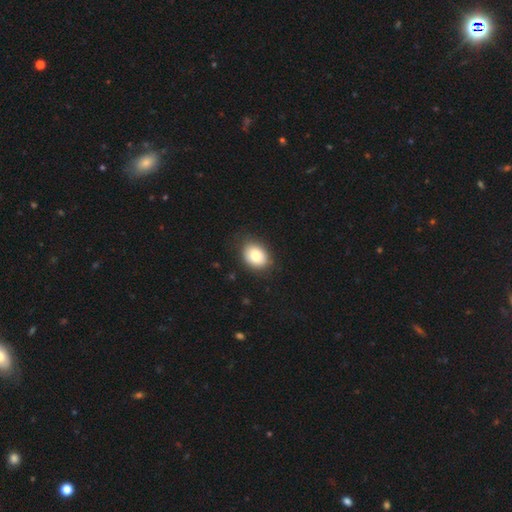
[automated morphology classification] Q: Smooth or featured?
A: smooth (82%); runner-up: featured or disk (10%)
Q: How rounded?
A: in between (65%); runner-up: round (34%)
Q: Merging?
A: none (81%); runner-up: minor disturbance (15%)